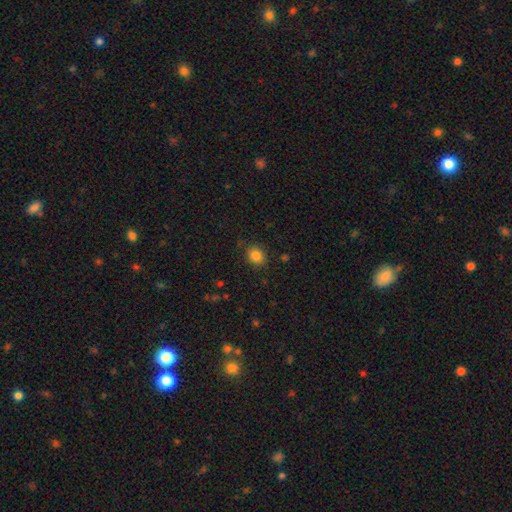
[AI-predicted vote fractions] Morphology: type=smooth (85%); roundness=round (55%); merging=none (85%).